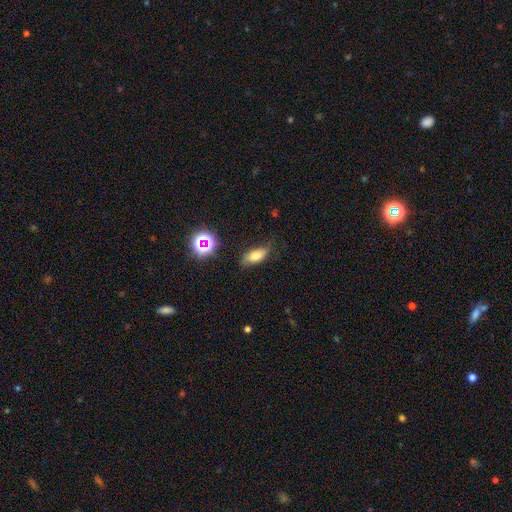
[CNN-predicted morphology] smooth 72%, featured or disk 15%, star or artifact 13%. Down the decision tree: how rounded — in between (79%); merging — none (74%).